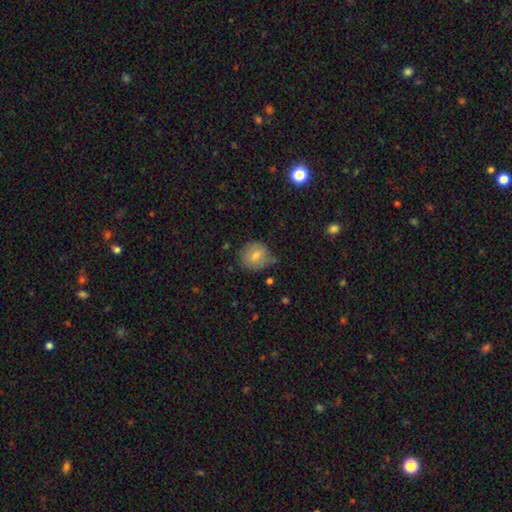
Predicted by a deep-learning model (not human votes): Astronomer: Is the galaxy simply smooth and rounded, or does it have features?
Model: smooth — 75%.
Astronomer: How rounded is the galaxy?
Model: round — 79%.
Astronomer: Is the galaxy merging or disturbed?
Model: none — 64%.